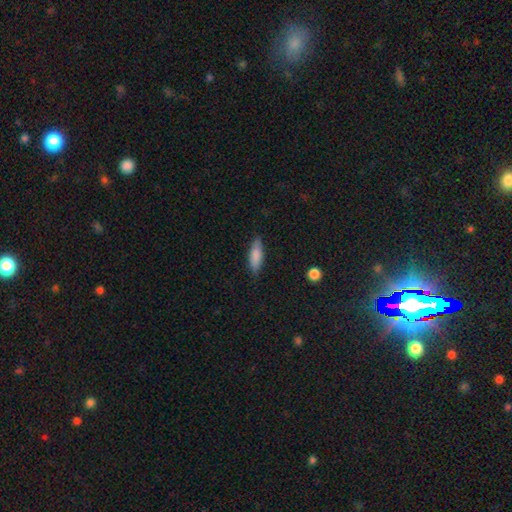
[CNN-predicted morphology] smooth_or_featured: smooth (p=0.83) [alt: featured or disk p=0.11]
how_rounded: in between (p=0.53) [alt: cigar-shaped p=0.45]
merging: none (p=0.83) [alt: minor disturbance p=0.13]